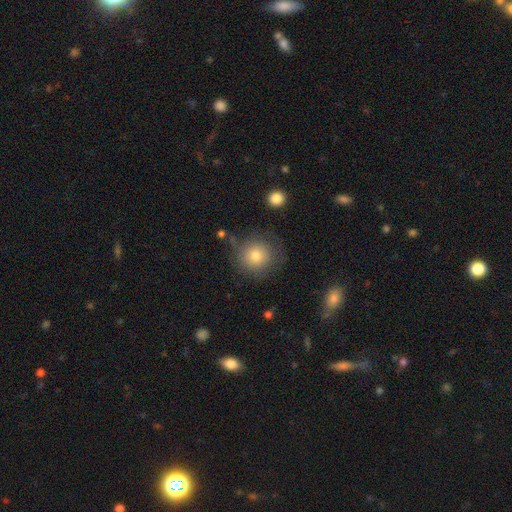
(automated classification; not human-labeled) Smooth or featured?
  - smooth: 77% *
  - featured or disk: 12%
  - star or artifact: 11%
How rounded?
  - round: 92% *
  - in between: 8%
  - cigar-shaped: 1%
Merging?
  - none: 74% *
  - minor disturbance: 16%
  - major disturbance: 7%
  - merger: 3%